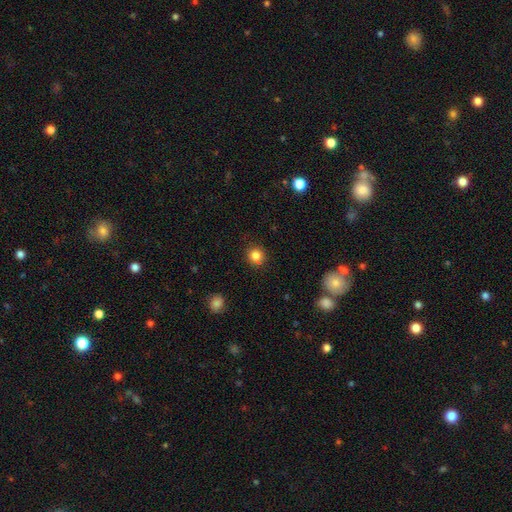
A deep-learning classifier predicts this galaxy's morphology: smooth 84%, star or artifact 12%, featured or disk 5%. Down the decision tree: how rounded — round (91%); merging — none (89%).